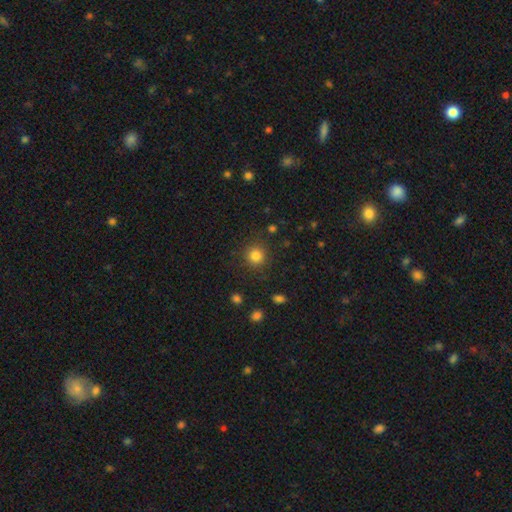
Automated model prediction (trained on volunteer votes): Q: Smooth or featured?
A: smooth (82%); runner-up: star or artifact (13%)
Q: How rounded?
A: round (93%); runner-up: in between (7%)
Q: Merging?
A: none (88%); runner-up: minor disturbance (7%)